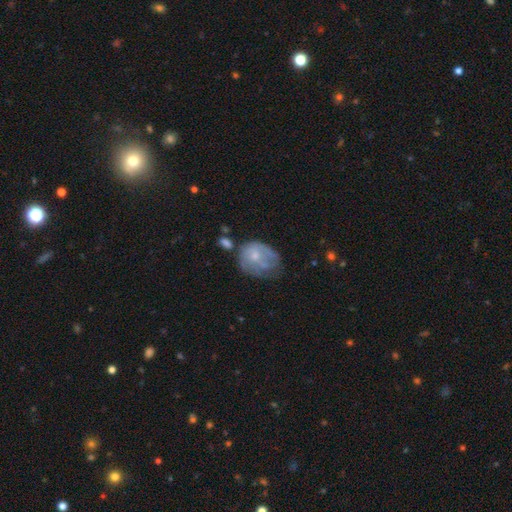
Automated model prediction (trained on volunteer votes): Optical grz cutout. It shows a smooth galaxy with no disk features (48%). Merging: none (35%).